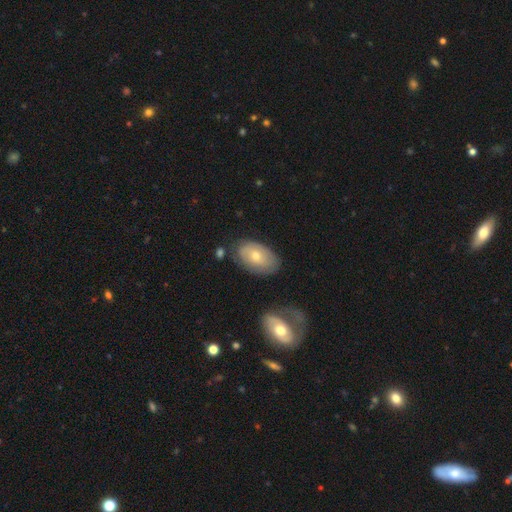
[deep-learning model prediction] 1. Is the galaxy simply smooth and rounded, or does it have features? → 59% smooth, 34% featured or disk, 7% star or artifact.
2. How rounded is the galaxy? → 90% in between, 8% round, 1% cigar-shaped.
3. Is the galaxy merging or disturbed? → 71% none, 19% minor disturbance, 5% major disturbance, 5% merger.